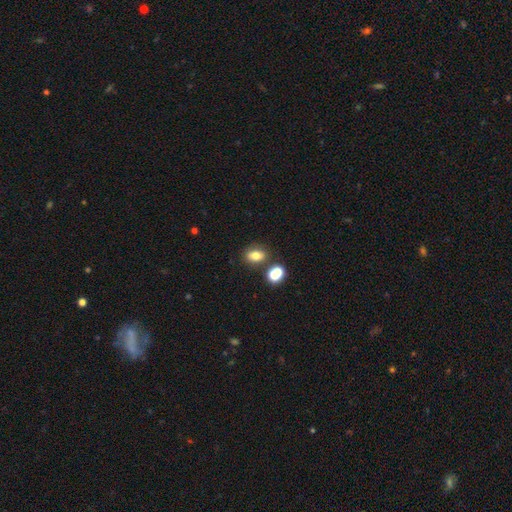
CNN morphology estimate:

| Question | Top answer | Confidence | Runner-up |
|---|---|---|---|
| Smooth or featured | smooth | 77% | star or artifact (13%) |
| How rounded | in between | 69% | round (29%) |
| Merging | none | 71% | merger (14%) |